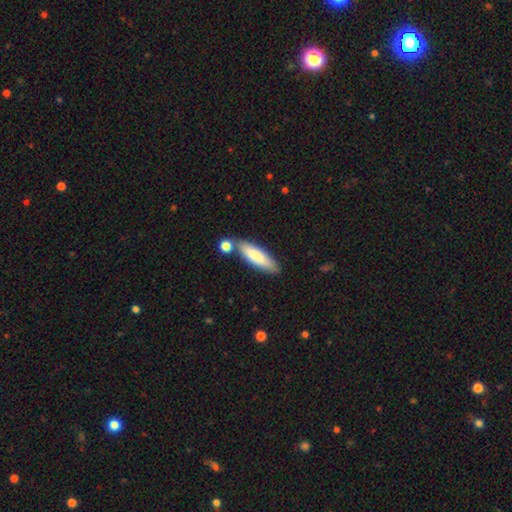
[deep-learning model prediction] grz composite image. It shows a smooth galaxy with no disk features (78%) that is cigar-shaped (66%). Merging: none (69%).